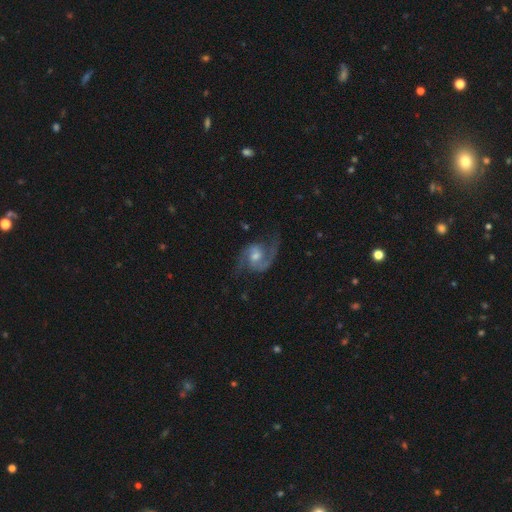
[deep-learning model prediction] Smooth or featured? Predicted: featured or disk (p=0.88). Edge-on disk? Predicted: no (p=0.98). Bar? Predicted: no (p=0.46). Spiral arms? Predicted: yes (p=0.97). Spiral winding? Predicted: medium (p=0.51). Spiral arm count? Predicted: 2 (p=0.91). Bulge size? Predicted: moderate (p=0.55). Merging? Predicted: none (p=0.72).